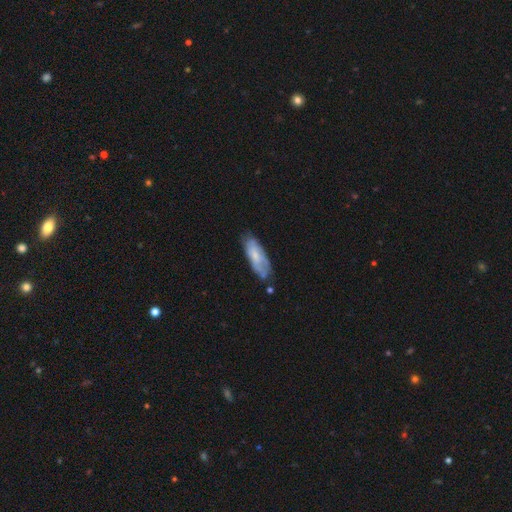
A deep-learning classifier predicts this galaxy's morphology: This is possibly a smooth galaxy (56%). How rounded: likely in between (68%). Merging: possibly none (59%).